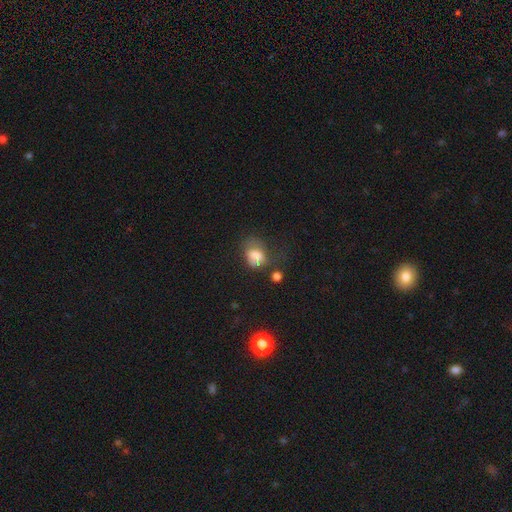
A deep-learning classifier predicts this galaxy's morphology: Q: Smooth or featured?
A: smooth (70%); runner-up: featured or disk (18%)
Q: How rounded?
A: in between (62%); runner-up: round (37%)
Q: Merging?
A: none (32%); runner-up: major disturbance (28%)